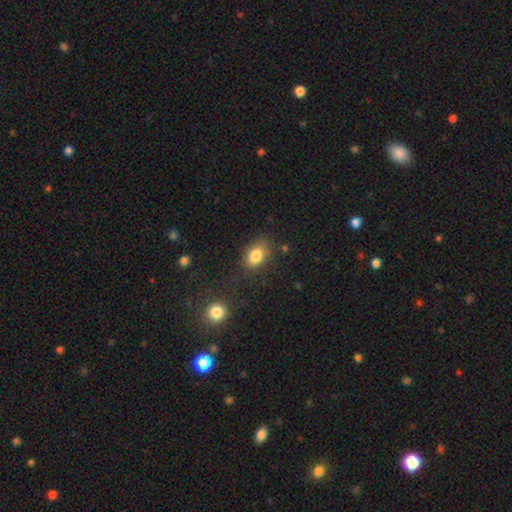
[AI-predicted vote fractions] This is clearly a smooth galaxy (84%). How rounded: clearly in between (81%). Merging: likely none (73%).